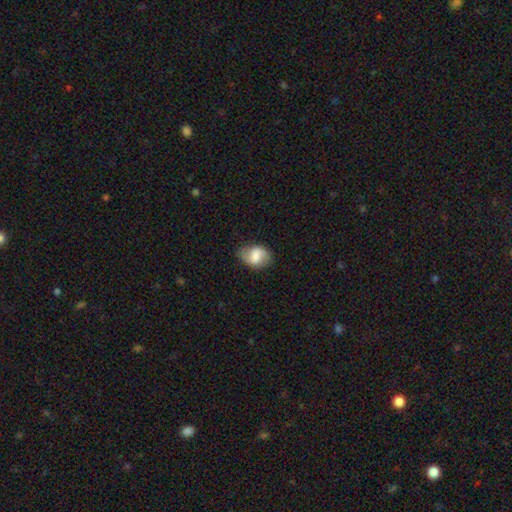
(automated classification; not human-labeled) A smooth galaxy with no disk features (55%) that is in between round and cigar-shaped (72%). Merging: none (71%).